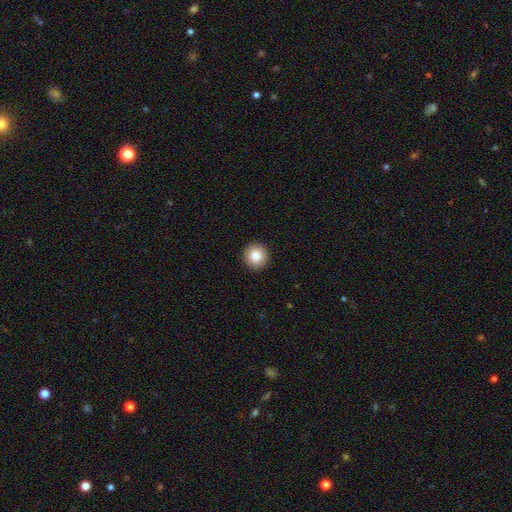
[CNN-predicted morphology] The model was most divided on "smooth or featured": smooth: 83%, star or artifact: 9%, featured or disk: 8%. More confident: merging — none (93%); how rounded — round (92%).